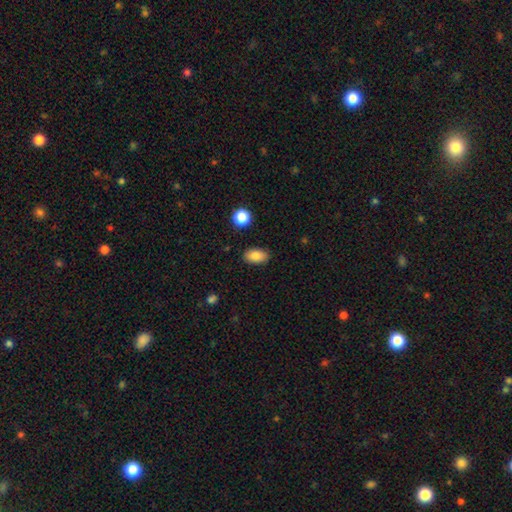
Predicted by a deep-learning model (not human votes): The model was most divided on "smooth or featured": smooth: 85%, star or artifact: 8%, featured or disk: 7%. More confident: how rounded — in between (90%); merging — none (87%).